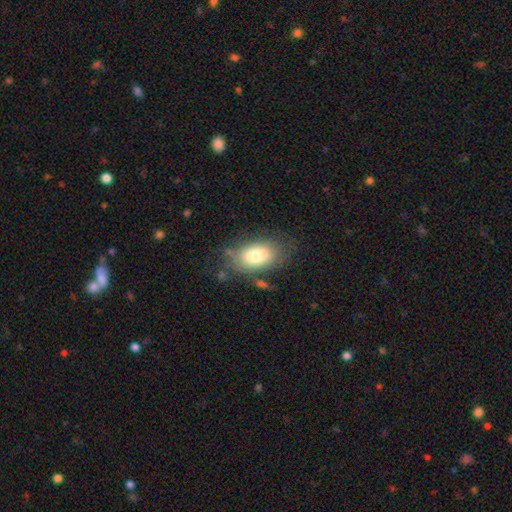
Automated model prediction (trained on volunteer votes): Smooth or featured: smooth — 73% (featured or disk — 19%)
How rounded: in between — 91% (round — 7%)
Merging: none — 67% (minor disturbance — 20%)